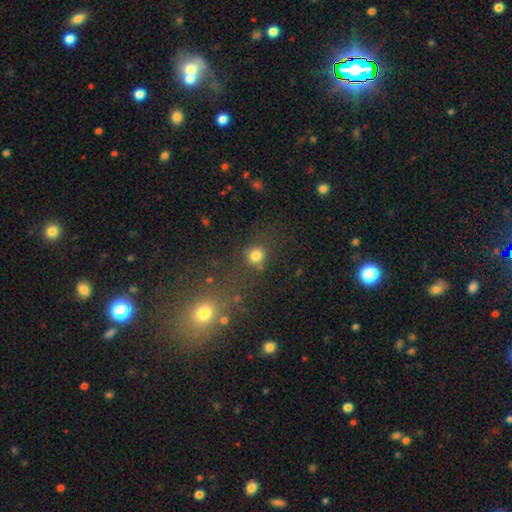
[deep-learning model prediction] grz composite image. It shows a smooth galaxy with no disk features (78%) that is round (87%). Merging: none (69%).